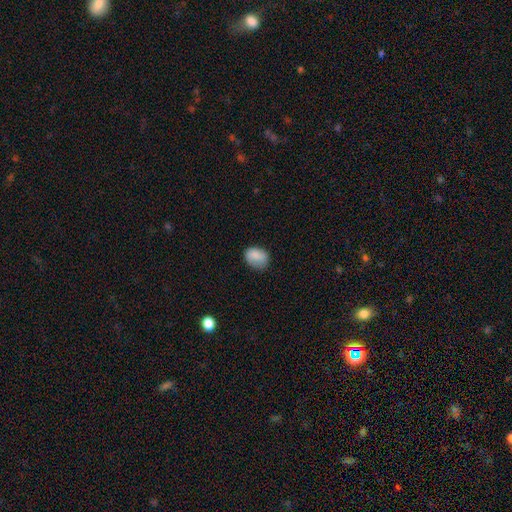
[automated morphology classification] Smooth or featured? smooth (84%)
How rounded? in between (61%)
Merging? none (68%)